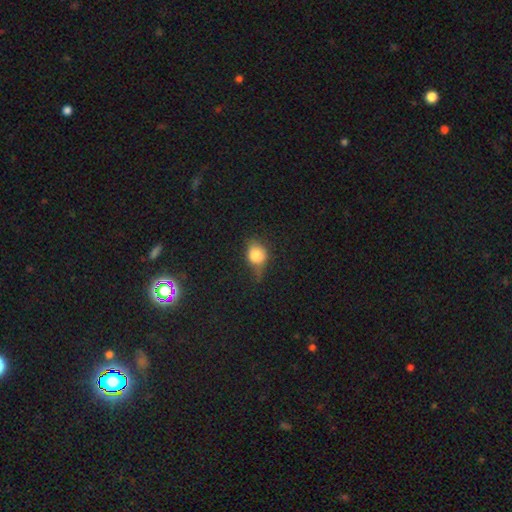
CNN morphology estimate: Q: Smooth or featured?
A: smooth (76%); runner-up: featured or disk (13%)
Q: How rounded?
A: round (58%); runner-up: in between (40%)
Q: Merging?
A: none (41%); runner-up: minor disturbance (38%)